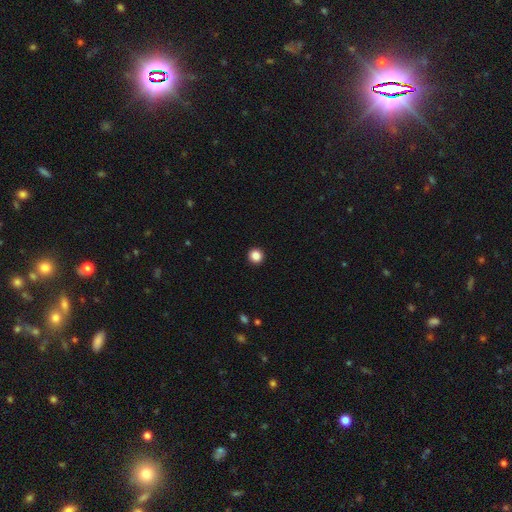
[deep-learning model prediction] A smooth galaxy with no disk features (86%) that is round (95%).

Vote fractions:
- Smooth or featured? smooth: 86% / star or artifact: 10% / featured or disk: 3%
- How rounded? round: 95% / in between: 4% / cigar-shaped: 1%
- Merging? none: 94% / minor disturbance: 4% / major disturbance: 1% / merger: 1%